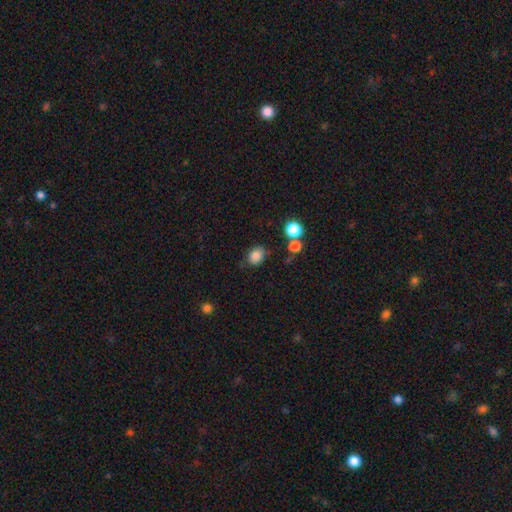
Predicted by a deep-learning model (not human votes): Smooth or featured?
  - smooth: 83% *
  - star or artifact: 11%
  - featured or disk: 6%
How rounded?
  - round: 51% *
  - in between: 48%
  - cigar-shaped: 1%
Merging?
  - none: 72% *
  - minor disturbance: 18%
  - major disturbance: 5%
  - merger: 5%